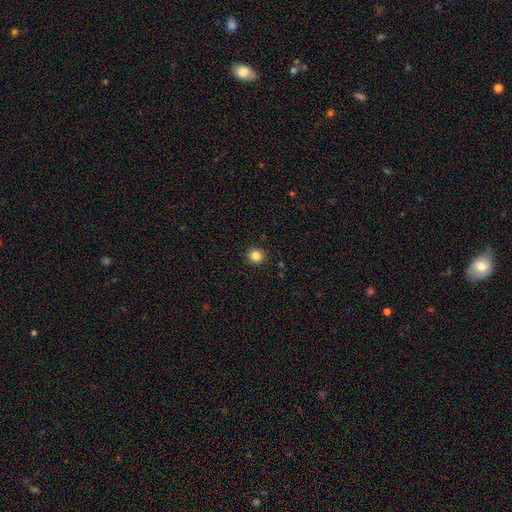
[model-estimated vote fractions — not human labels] A smooth galaxy with no disk features (84%) that is round (87%).

Vote fractions:
- Smooth or featured? smooth: 84% / star or artifact: 12% / featured or disk: 4%
- How rounded? round: 87% / in between: 12% / cigar-shaped: 1%
- Merging? none: 91% / minor disturbance: 6% / major disturbance: 2% / merger: 1%